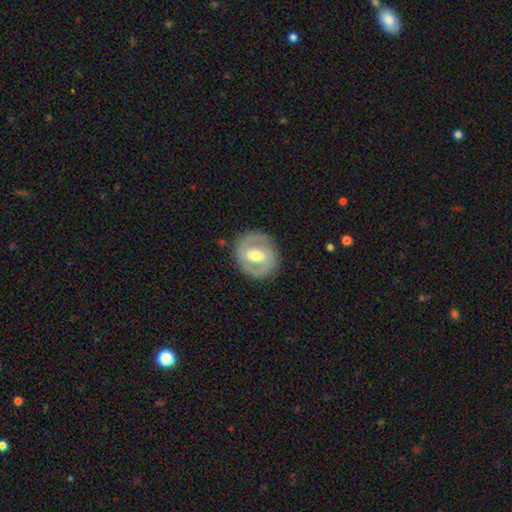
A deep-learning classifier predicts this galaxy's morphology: smooth_or_featured: featured or disk (p=0.73) [alt: smooth p=0.22]
disk_edge_on: no (p=0.96) [alt: yes p=0.04]
bar: weak (p=0.43) [alt: strong p=0.40]
has_spiral_arms: yes (p=0.68) [alt: no p=0.32]
bulge_size: moderate (p=0.67) [alt: small p=0.23]
merging: none (p=0.85) [alt: minor disturbance p=0.10]